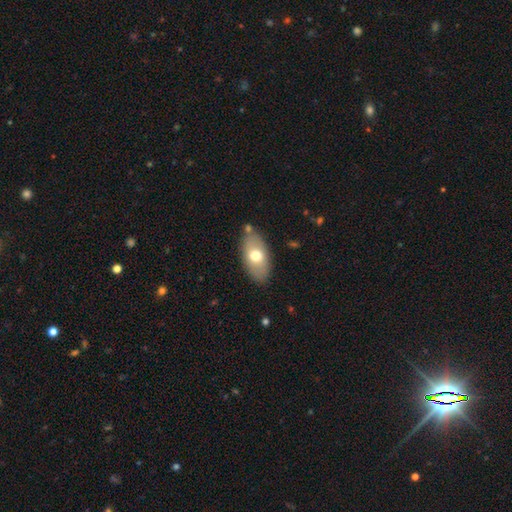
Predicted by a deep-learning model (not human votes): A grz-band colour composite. It shows a smooth galaxy with no disk features (68%) that is in between round and cigar-shaped (92%). Merging: none (79%).